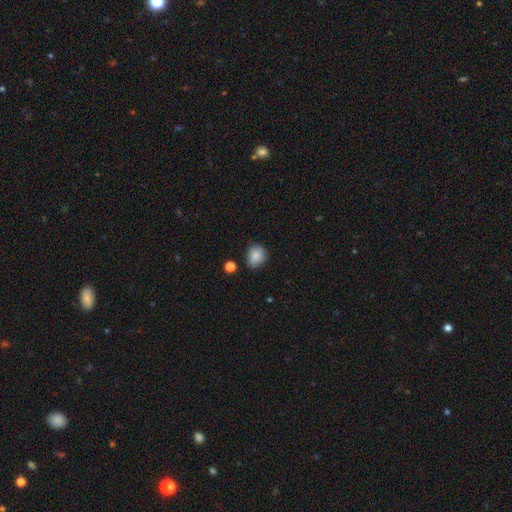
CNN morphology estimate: smooth 84%, star or artifact 9%, featured or disk 7%. Down the decision tree: how rounded — round (62%); merging — none (70%).